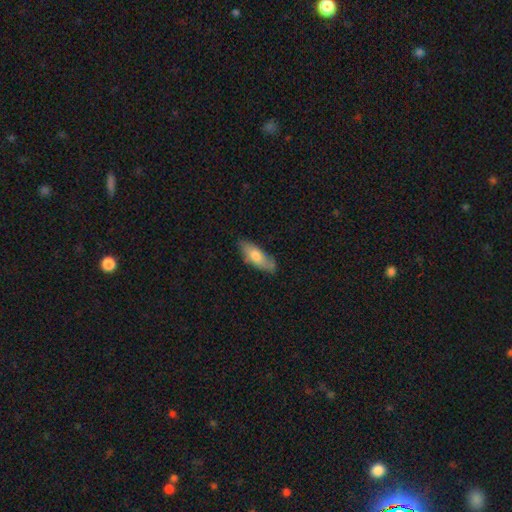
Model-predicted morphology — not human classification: type=smooth (70%); roundness=in between (65%); merging=none (71%).